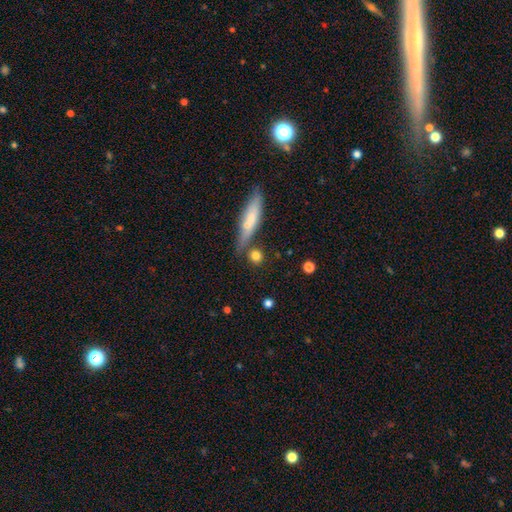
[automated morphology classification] This appears to be a smooth galaxy with no disk features (79%) that is round (75%). Merging: none (76%).